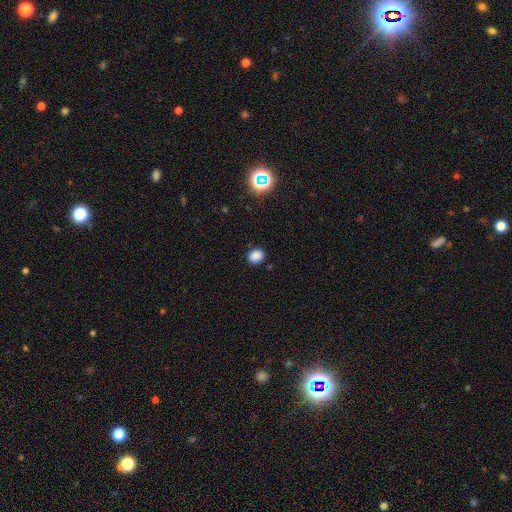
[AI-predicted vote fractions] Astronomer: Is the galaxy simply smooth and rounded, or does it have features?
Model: smooth — 84%.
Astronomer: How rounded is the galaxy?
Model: round — 58% (runner-up: in between, 41%).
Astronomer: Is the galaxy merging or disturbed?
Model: none — 86%.